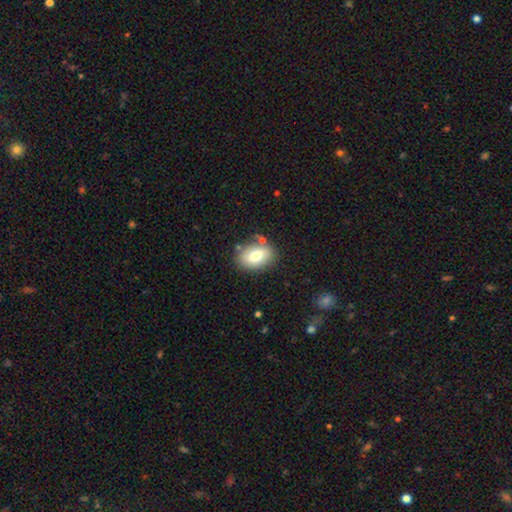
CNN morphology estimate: A smooth galaxy with no disk features (75%) that is in between round and cigar-shaped (86%).

Vote fractions:
- Smooth or featured? smooth: 75% / featured or disk: 17% / star or artifact: 8%
- How rounded? in between: 86% / round: 13% / cigar-shaped: 1%
- Merging? none: 78% / minor disturbance: 13% / merger: 5% / major disturbance: 4%